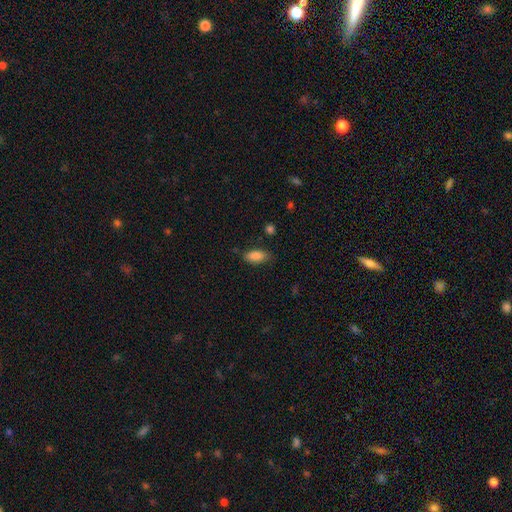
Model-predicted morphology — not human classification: Q: Smooth or featured?
A: smooth (86%); runner-up: star or artifact (7%)
Q: How rounded?
A: in between (88%); runner-up: cigar-shaped (9%)
Q: Merging?
A: none (79%); runner-up: minor disturbance (16%)